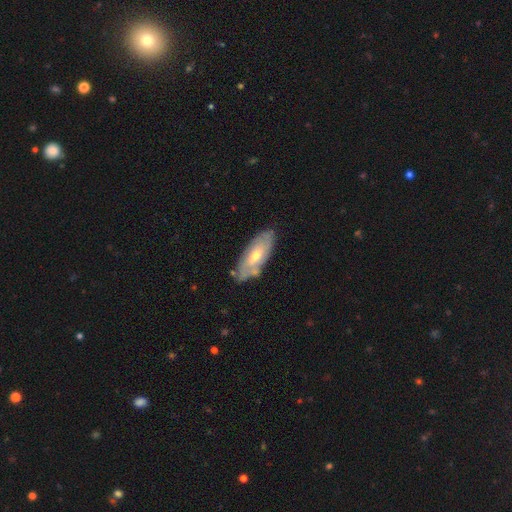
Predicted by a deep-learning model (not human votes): A featured or disk galaxy (54%). Merging: none (74%).